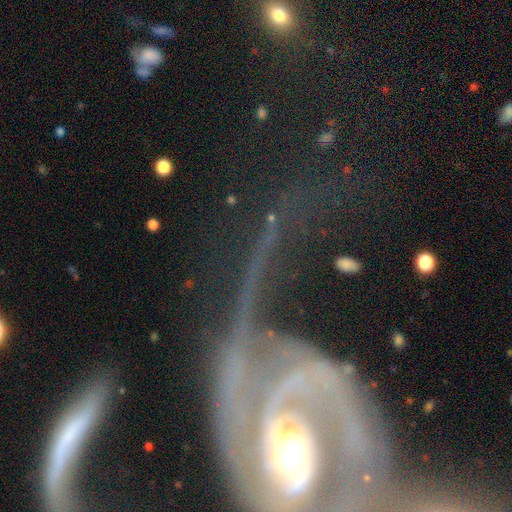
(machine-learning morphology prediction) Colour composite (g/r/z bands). It shows a featured or disk galaxy (63%) with no bar (48%), spiral arms (68%) and a moderate central bulge (45%). Merging: none (40%).